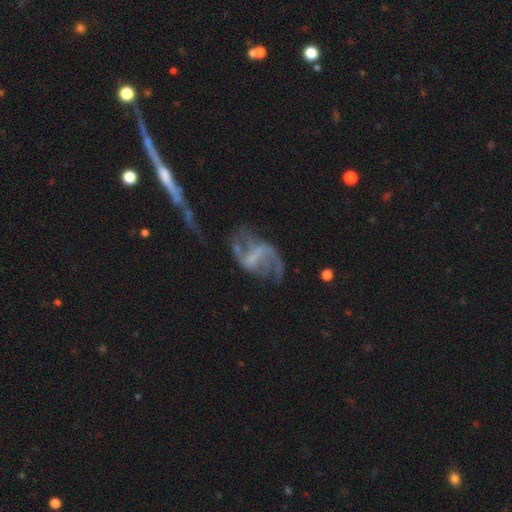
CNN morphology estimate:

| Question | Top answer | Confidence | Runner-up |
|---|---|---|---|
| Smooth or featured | featured or disk | 83% | smooth (9%) |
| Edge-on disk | no | 98% | yes (2%) |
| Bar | weak | 43% | strong (36%) |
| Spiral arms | yes | 87% | no (13%) |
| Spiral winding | loose | 66% | medium (27%) |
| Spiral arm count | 2 | 79% | can't tell (7%) |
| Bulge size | none | 66% | small (19%) |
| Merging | none | 46% | major disturbance (28%) |